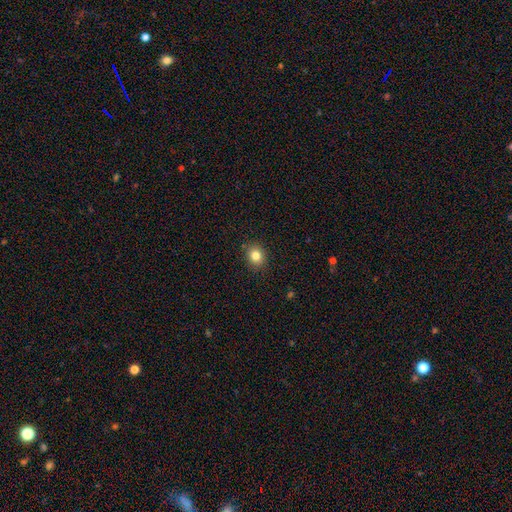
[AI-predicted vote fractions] A smooth galaxy with no disk features (83%) that is round (68%). Merging: none (89%).